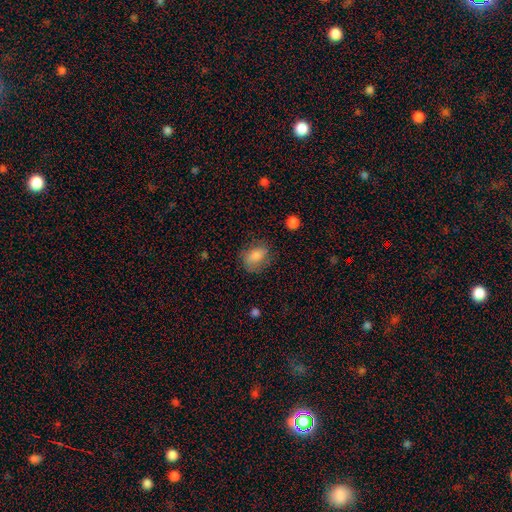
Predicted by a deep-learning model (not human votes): Smooth or featured? Predicted: smooth (p=0.76). How rounded? Predicted: in between (p=0.71). Merging? Predicted: none (p=0.68).